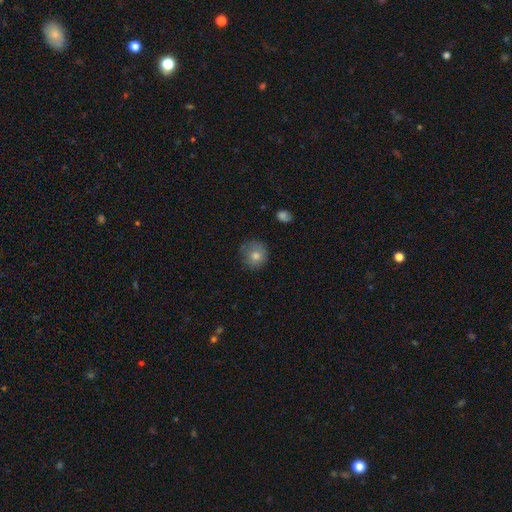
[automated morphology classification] This appears to be a smooth galaxy with no disk features (77%) that is round (88%). Merging: none (77%).